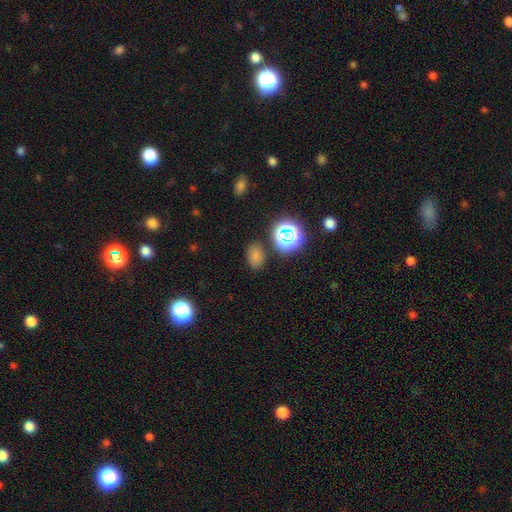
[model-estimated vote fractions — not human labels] This appears to be a smooth galaxy with no disk features (72%) that is in between round and cigar-shaped (78%). Merging: none (80%).